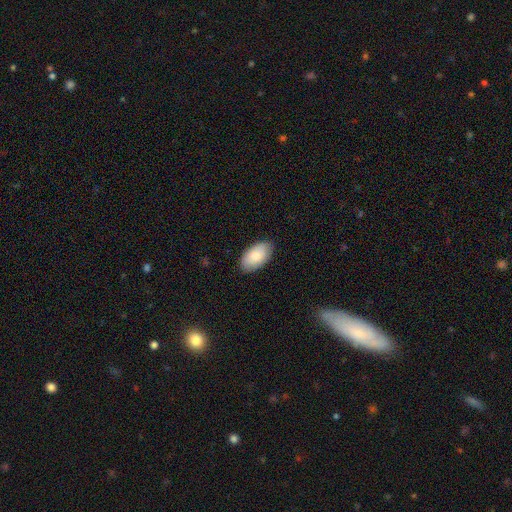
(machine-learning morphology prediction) A smooth galaxy with no disk features (81%) that is in between round and cigar-shaped (95%). Merging: none (86%).